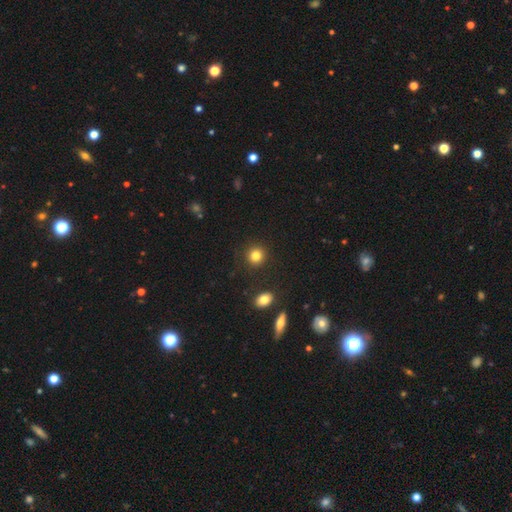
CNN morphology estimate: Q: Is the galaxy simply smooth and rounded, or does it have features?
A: smooth — 83%.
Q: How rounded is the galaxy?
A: round — 90%.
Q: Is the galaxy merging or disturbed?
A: none — 90%.